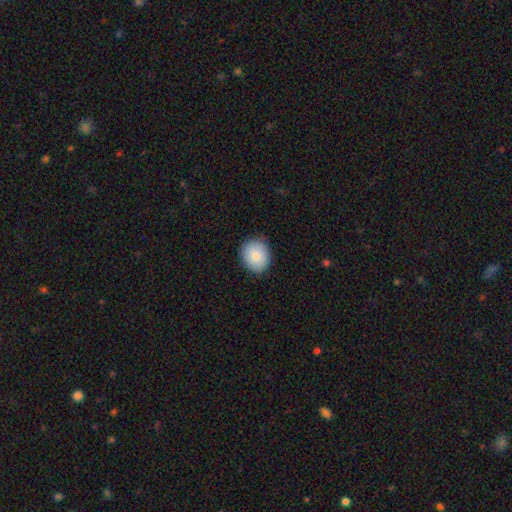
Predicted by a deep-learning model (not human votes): This is clearly a smooth galaxy (83%). How rounded: likely round (69%). Merging: clearly none (82%).